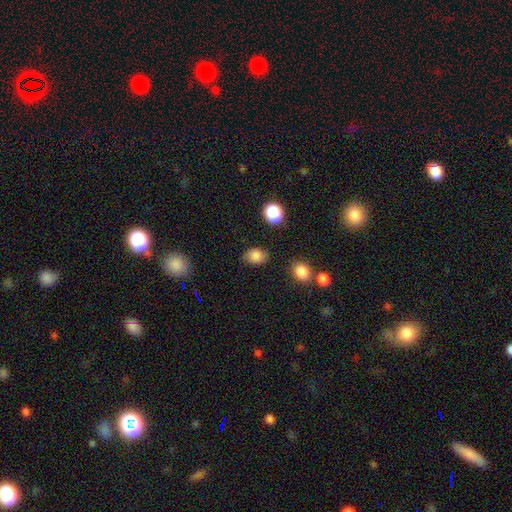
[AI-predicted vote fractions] Overall: smooth (83%). How rounded: in between (69%; round 30%). Merging: none (77%).